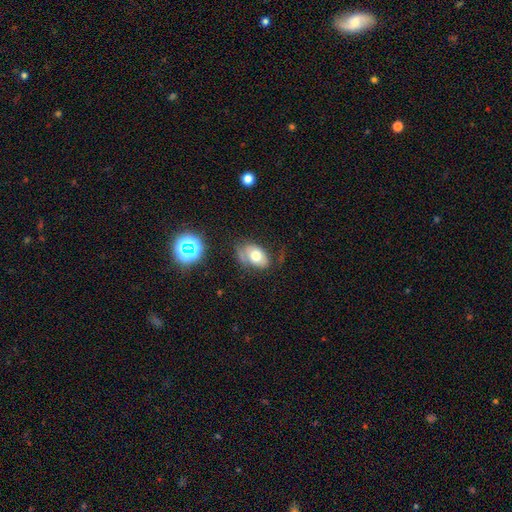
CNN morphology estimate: A smooth galaxy with no disk features (62%) that is in between round and cigar-shaped (84%). Merging: none (51%).